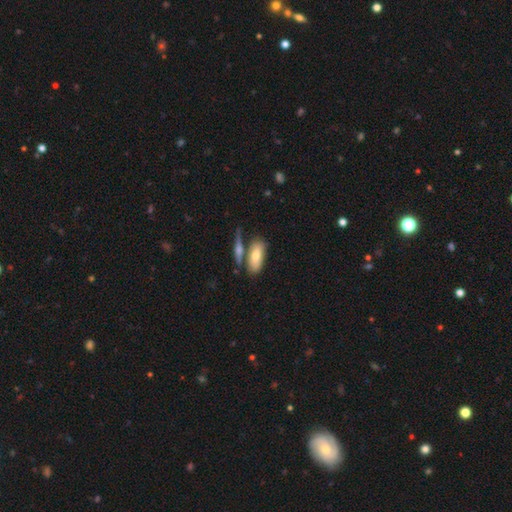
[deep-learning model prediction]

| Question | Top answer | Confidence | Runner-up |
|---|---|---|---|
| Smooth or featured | smooth | 67% | featured or disk (27%) |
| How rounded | in between | 81% | cigar-shaped (16%) |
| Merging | none | 53% | merger (28%) |